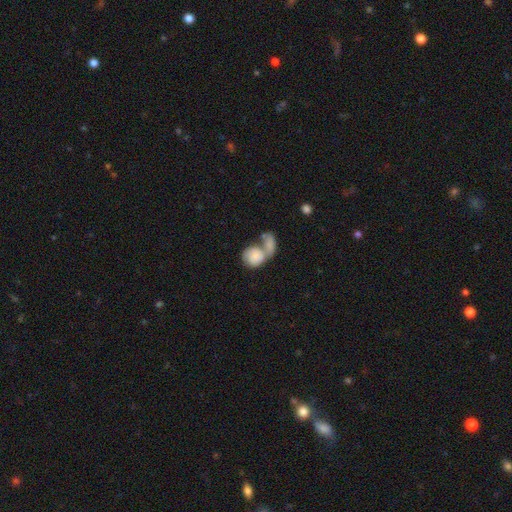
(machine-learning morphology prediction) smooth-or-featured: smooth: 75% | featured or disk: 19% | star or artifact: 6%
  how-rounded: round: 59% | in between: 39% | cigar-shaped: 2%
  merging: merger: 69% | none: 15% | major disturbance: 8% | minor disturbance: 8%